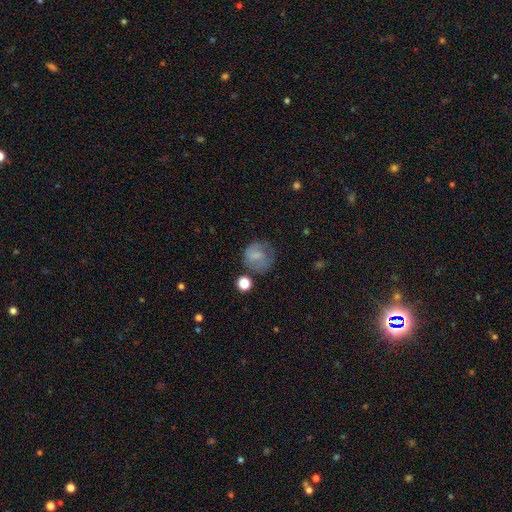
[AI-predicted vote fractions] Morphology: type=smooth (71%); roundness=round (82%); merging=none (58%).